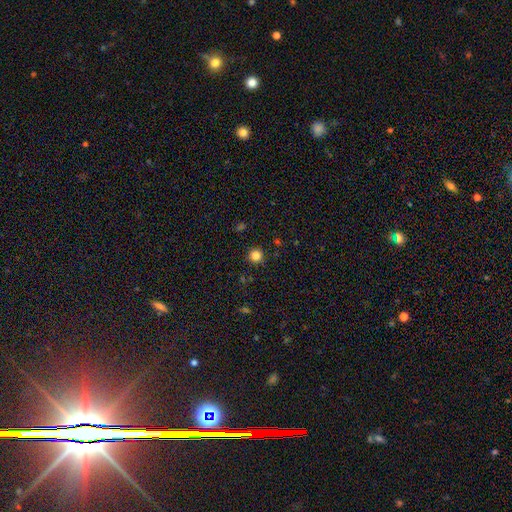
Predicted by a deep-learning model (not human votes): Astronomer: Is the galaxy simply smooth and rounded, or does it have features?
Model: smooth — 83%.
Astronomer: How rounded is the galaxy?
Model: round — 95%.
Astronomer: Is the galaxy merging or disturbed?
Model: none — 92%.